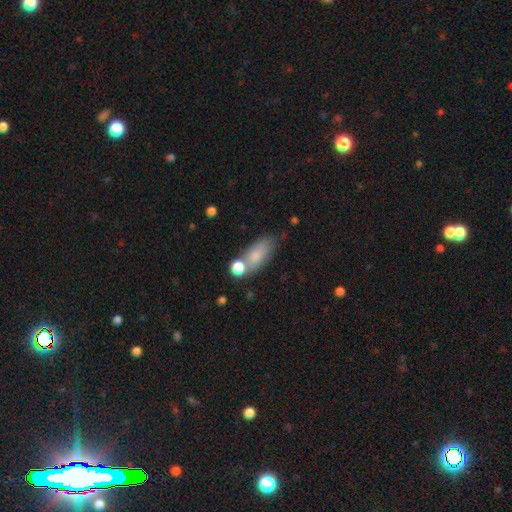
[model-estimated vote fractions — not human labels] This appears to be a smooth galaxy with no disk features (79%) that is in between round and cigar-shaped (80%). Merging: none (58%).